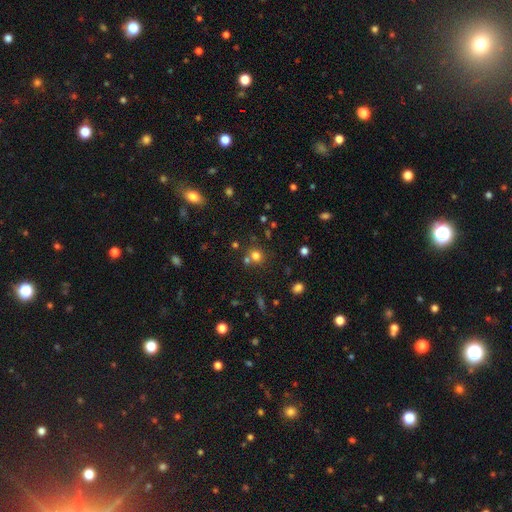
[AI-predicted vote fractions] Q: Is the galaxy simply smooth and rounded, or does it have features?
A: smooth — 74%.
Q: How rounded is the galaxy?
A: round — 87%.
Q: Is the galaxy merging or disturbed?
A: none — 66%.